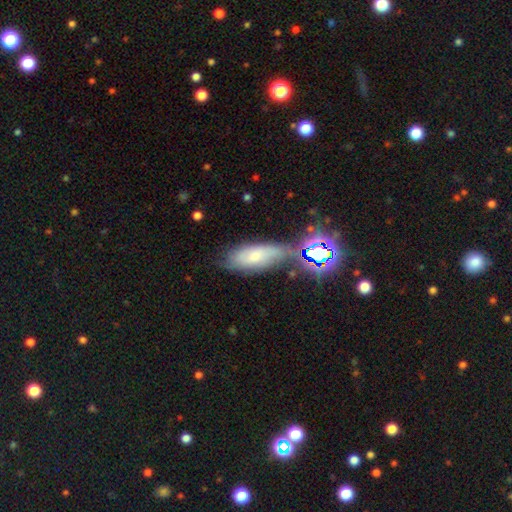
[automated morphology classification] A smooth galaxy with no disk features (55%) that is in between round and cigar-shaped (74%). Merging: none (53%).